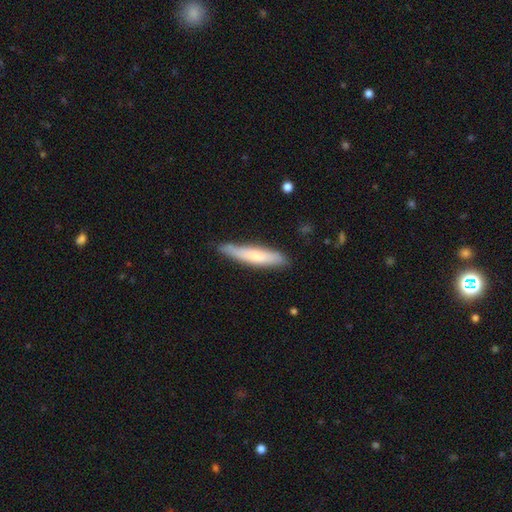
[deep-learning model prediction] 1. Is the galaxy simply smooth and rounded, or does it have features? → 67% smooth, 27% featured or disk, 5% star or artifact.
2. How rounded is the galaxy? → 87% cigar-shaped, 12% in between, 1% round.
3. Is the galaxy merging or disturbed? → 76% none, 20% minor disturbance, 3% major disturbance, 2% merger.